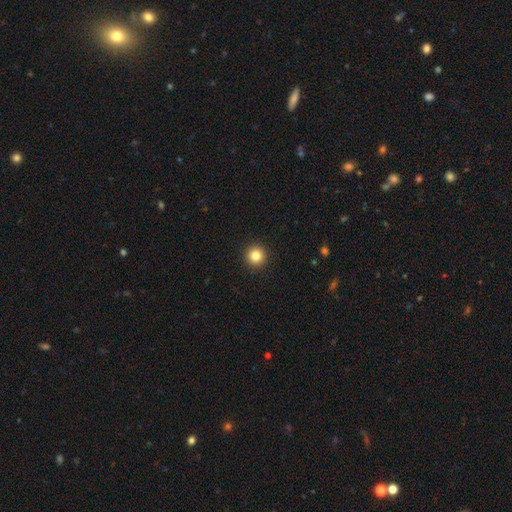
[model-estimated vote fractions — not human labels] A smooth galaxy with no disk features (83%) that is round (96%).

Vote fractions:
- Smooth or featured? smooth: 83% / star or artifact: 11% / featured or disk: 6%
- How rounded? round: 96% / in between: 3% / cigar-shaped: 1%
- Merging? none: 93% / minor disturbance: 4% / major disturbance: 2% / merger: 1%